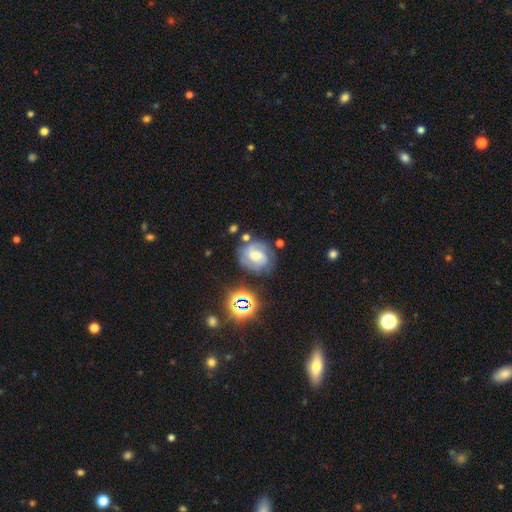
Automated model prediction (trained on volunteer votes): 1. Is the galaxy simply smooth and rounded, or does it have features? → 69% featured or disk, 17% smooth, 15% star or artifact.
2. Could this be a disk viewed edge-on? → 97% no, 3% yes.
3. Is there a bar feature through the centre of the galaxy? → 46% weak, 41% no, 13% strong.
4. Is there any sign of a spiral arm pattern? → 92% yes, 8% no.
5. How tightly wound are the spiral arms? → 55% tight, 36% medium, 9% loose.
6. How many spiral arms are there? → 49% 2, 24% can't tell, 16% 3, 5% 1, 4% 4, 3% more than 4.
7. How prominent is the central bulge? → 53% moderate, 36% small, 6% large, 4% none, 1% dominant.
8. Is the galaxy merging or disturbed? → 73% none, 16% minor disturbance, 7% major disturbance, 4% merger.